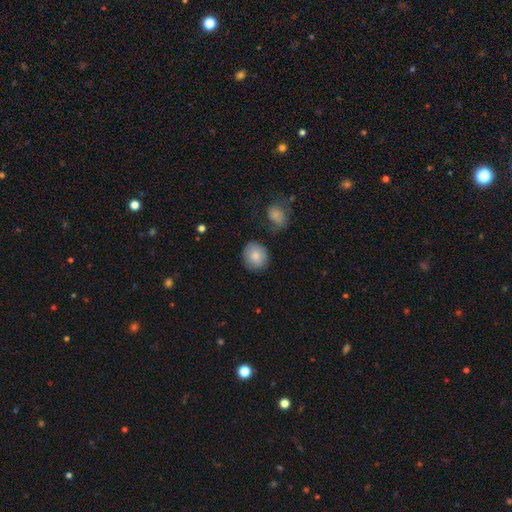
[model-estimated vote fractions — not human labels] smooth-or-featured: smooth: 83% | featured or disk: 9% | star or artifact: 8%
  how-rounded: round: 83% | in between: 17% | cigar-shaped: 1%
  merging: none: 77% | minor disturbance: 13% | merger: 6% | major disturbance: 4%